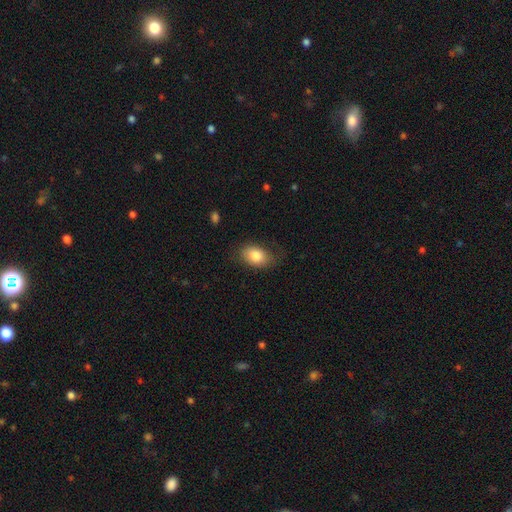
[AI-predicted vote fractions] This appears to be a smooth galaxy with no disk features (83%) that is in between round and cigar-shaped (85%). Merging: none (73%).